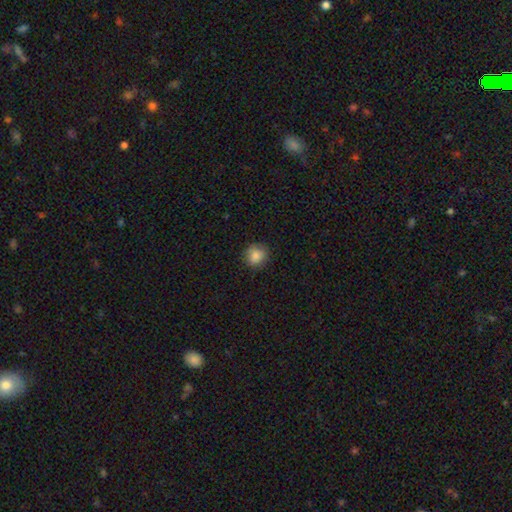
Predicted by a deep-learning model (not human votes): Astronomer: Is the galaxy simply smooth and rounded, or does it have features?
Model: smooth — 86%.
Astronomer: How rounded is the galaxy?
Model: round — 84%.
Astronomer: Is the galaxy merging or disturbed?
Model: none — 86%.